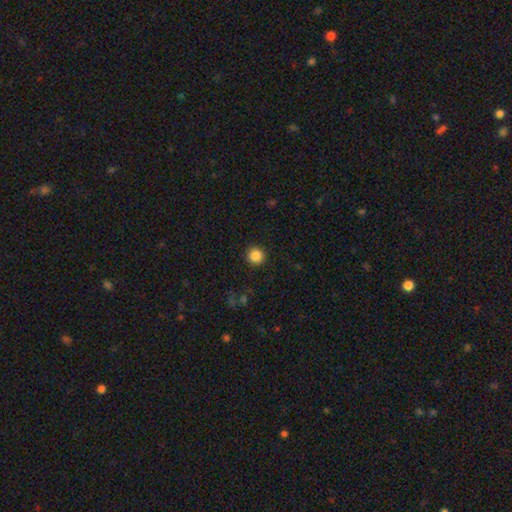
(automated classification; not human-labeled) smooth-or-featured: smooth: 86% | star or artifact: 10% | featured or disk: 4%
  how-rounded: round: 95% | in between: 4% | cigar-shaped: 1%
  merging: none: 92% | minor disturbance: 5% | major disturbance: 2% | merger: 1%